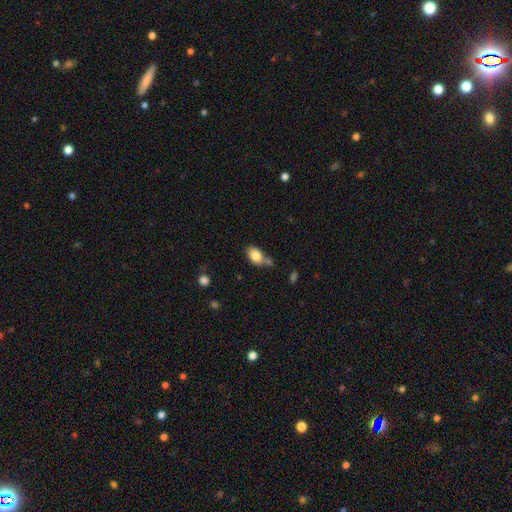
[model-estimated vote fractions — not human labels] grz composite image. It shows a smooth galaxy with no disk features (83%) that is in between round and cigar-shaped (85%). Merging: none (55%).